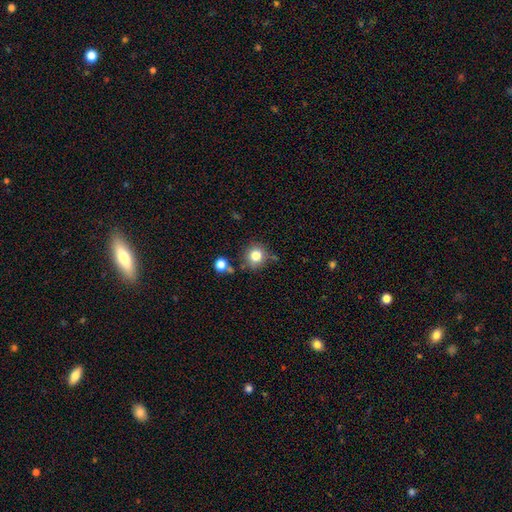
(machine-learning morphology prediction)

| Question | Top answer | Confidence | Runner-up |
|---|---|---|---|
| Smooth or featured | smooth | 81% | star or artifact (12%) |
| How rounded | round | 89% | in between (10%) |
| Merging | none | 77% | minor disturbance (12%) |